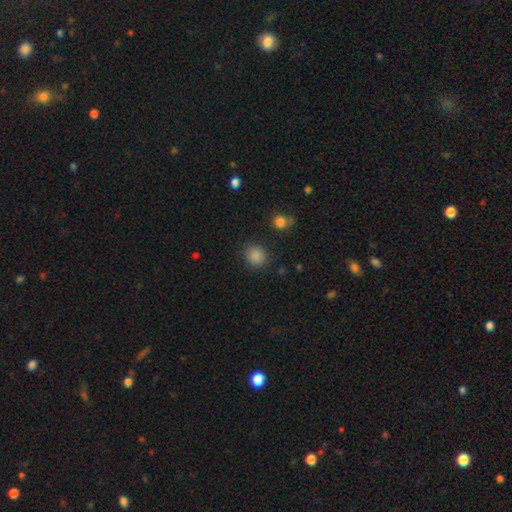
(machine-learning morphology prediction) smooth-or-featured: smooth: 86% | star or artifact: 11% | featured or disk: 3%
  how-rounded: round: 81% | in between: 18% | cigar-shaped: 1%
  merging: none: 85% | minor disturbance: 9% | major disturbance: 3% | merger: 2%